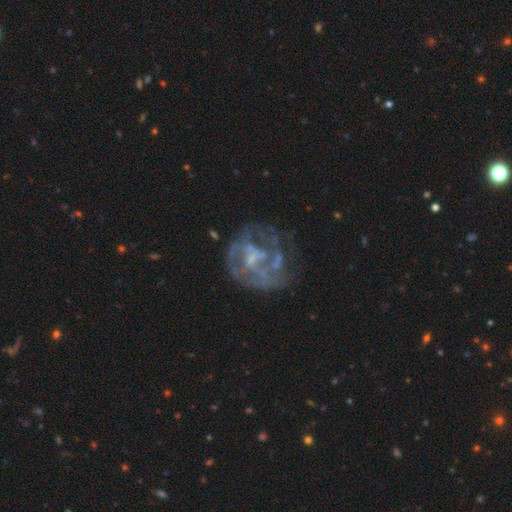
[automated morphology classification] Smooth or featured?
  - featured or disk: 73% *
  - star or artifact: 14%
  - smooth: 13%
Edge-on disk?
  - no: 98% *
  - yes: 2%
Bar?
  - no: 56% *
  - weak: 34%
  - strong: 10%
Spiral arms?
  - yes: 60% *
  - no: 40%
Bulge size?
  - small: 42% *
  - none: 33%
  - moderate: 21%
  - large: 2%
  - dominant: 1%
Merging?
  - none: 57% *
  - major disturbance: 21%
  - minor disturbance: 17%
  - merger: 5%